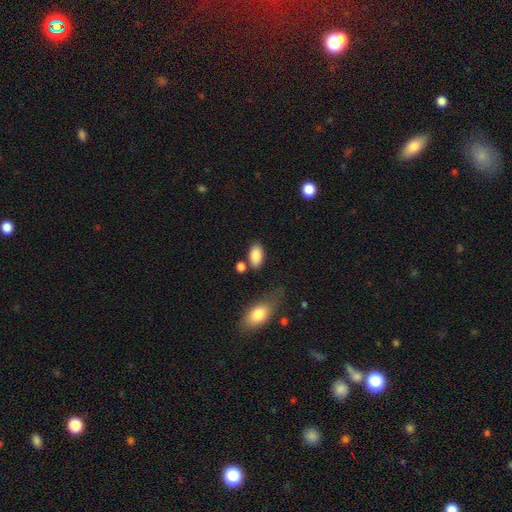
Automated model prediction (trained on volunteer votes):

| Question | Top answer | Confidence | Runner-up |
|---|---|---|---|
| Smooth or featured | smooth | 87% | star or artifact (7%) |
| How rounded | in between | 93% | round (5%) |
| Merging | none | 75% | minor disturbance (13%) |